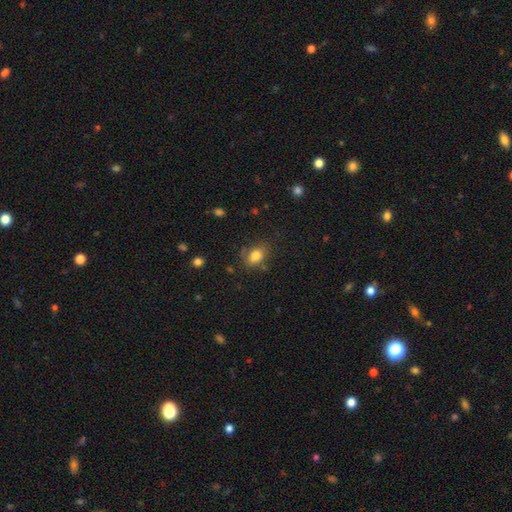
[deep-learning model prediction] This is clearly a smooth galaxy (81%). How rounded: likely in between (67%). Merging: likely none (68%).